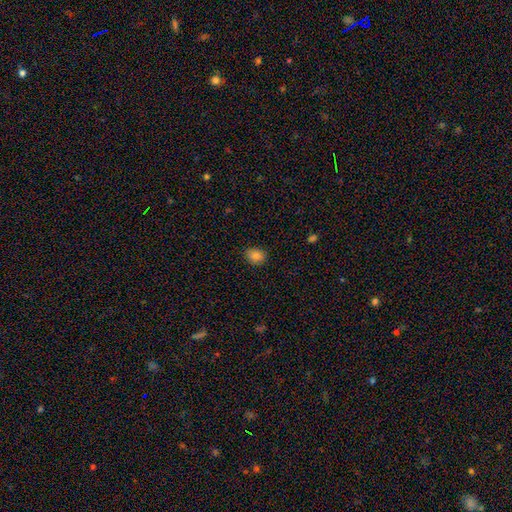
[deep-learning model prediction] Smooth or featured?
  - smooth: 84% *
  - star or artifact: 10%
  - featured or disk: 6%
How rounded?
  - in between: 53% *
  - round: 46%
  - cigar-shaped: 1%
Merging?
  - none: 85% *
  - minor disturbance: 12%
  - major disturbance: 2%
  - merger: 1%